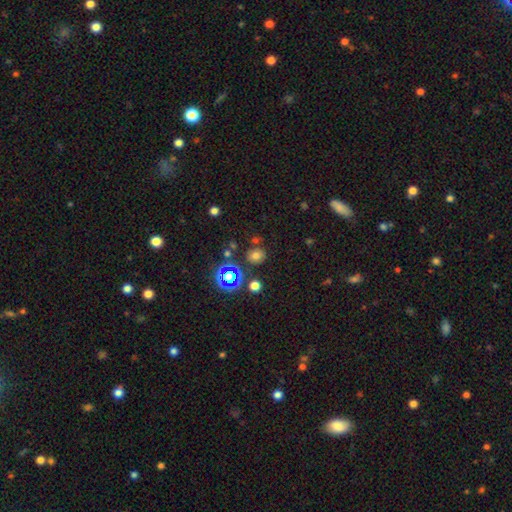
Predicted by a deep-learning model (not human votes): Smooth or featured? Predicted: smooth (p=0.63). How rounded? Predicted: round (p=0.79). Merging? Predicted: none (p=0.79).